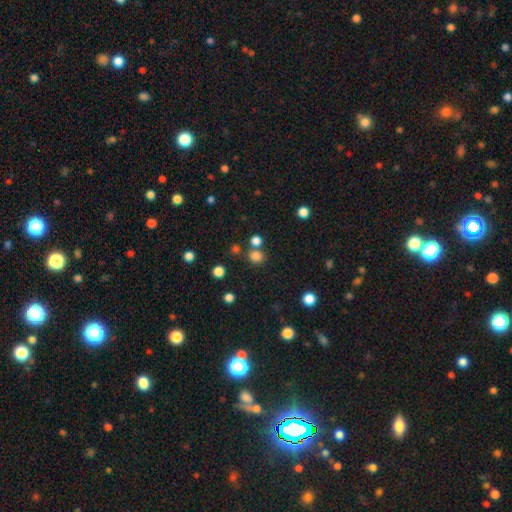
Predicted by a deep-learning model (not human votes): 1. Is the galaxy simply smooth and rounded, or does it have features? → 78% smooth, 17% star or artifact, 5% featured or disk.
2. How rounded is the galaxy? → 79% round, 20% in between, 1% cigar-shaped.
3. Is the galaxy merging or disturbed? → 69% none, 18% merger, 9% minor disturbance, 4% major disturbance.